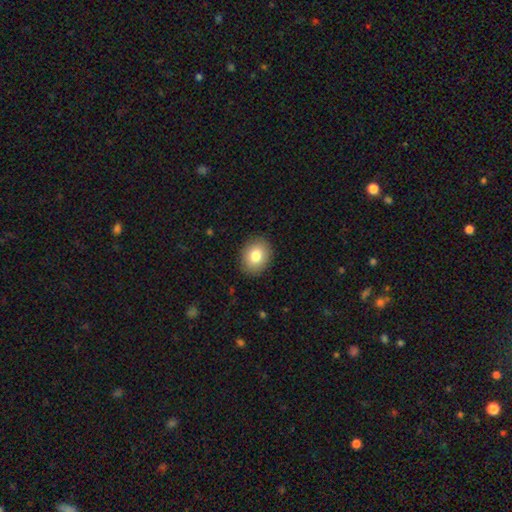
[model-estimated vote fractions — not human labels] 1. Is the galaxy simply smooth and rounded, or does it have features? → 81% smooth, 10% featured or disk, 8% star or artifact.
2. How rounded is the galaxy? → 55% in between, 44% round, 1% cigar-shaped.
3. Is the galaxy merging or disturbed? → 89% none, 8% minor disturbance, 2% major disturbance, 1% merger.